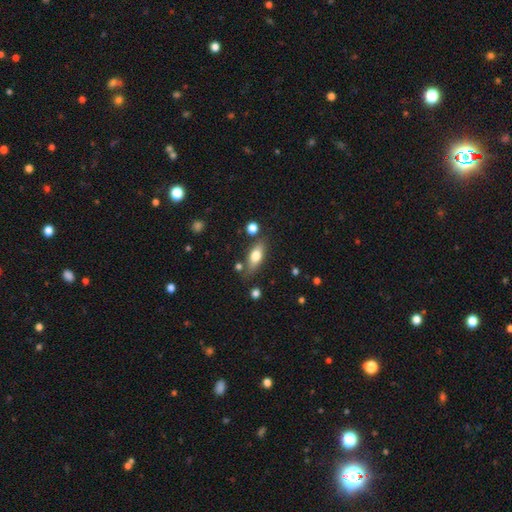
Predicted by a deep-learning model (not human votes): Smooth or featured? smooth (66%)
How rounded? in between (71%)
Merging? none (75%)